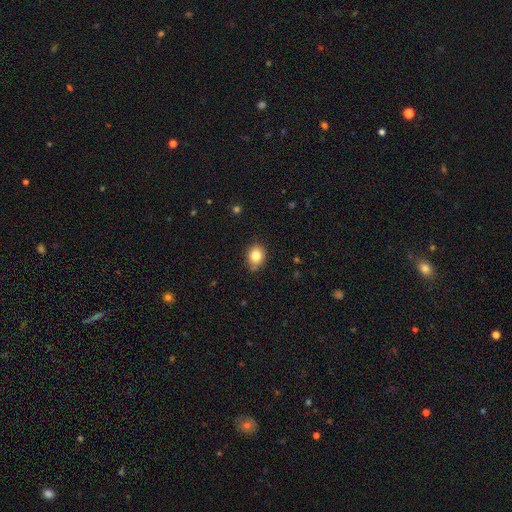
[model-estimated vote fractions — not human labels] smooth 81%, star or artifact 10%, featured or disk 9%. Down the decision tree: how rounded — round (56%); merging — none (78%).